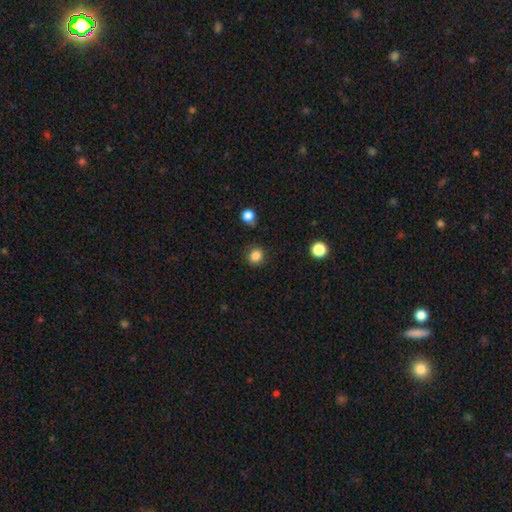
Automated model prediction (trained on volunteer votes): A smooth galaxy with no disk features (85%) that is round (85%).

Vote fractions:
- Smooth or featured? smooth: 85% / star or artifact: 12% / featured or disk: 3%
- How rounded? round: 85% / in between: 14% / cigar-shaped: 1%
- Merging? none: 85% / minor disturbance: 10% / major disturbance: 3% / merger: 2%